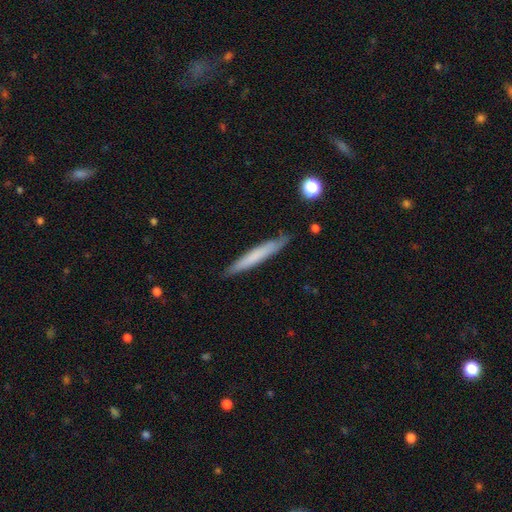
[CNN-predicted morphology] The model was most divided on "smooth or featured": smooth: 65%, featured or disk: 30%, star or artifact: 6%. More confident: how rounded — cigar-shaped (96%); merging — none (86%).